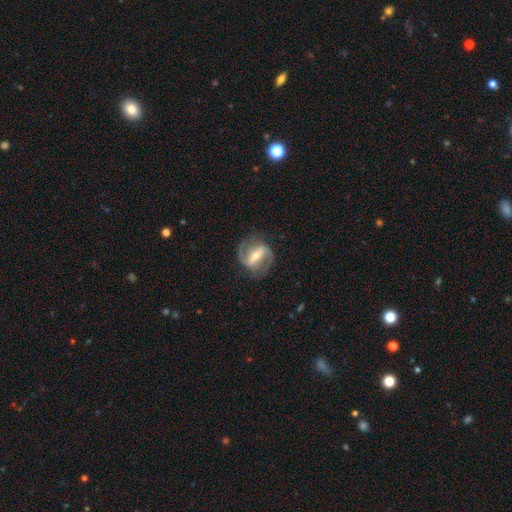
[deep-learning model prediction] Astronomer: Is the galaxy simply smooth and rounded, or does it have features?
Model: featured or disk — 89%.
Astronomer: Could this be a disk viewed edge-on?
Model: no — 96%.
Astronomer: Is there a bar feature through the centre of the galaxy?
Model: strong — 65%.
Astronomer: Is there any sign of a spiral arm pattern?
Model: yes — 96%.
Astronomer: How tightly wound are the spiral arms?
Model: medium — 54%.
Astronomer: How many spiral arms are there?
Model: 2 — 92%.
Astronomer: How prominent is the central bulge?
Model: moderate — 54% (runner-up: small, 41%).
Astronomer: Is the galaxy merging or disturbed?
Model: none — 81%.